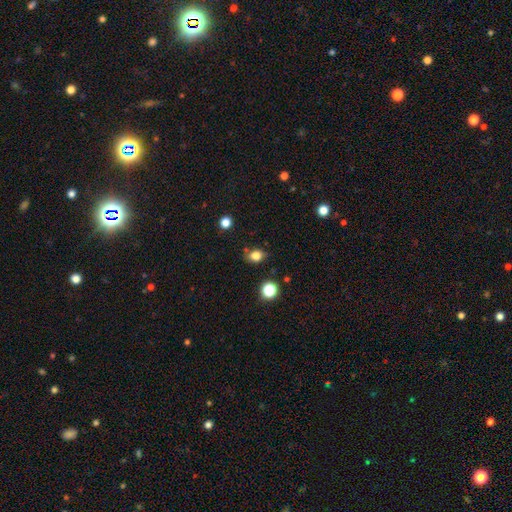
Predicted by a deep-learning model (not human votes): Q: Smooth or featured?
A: smooth (81%); runner-up: star or artifact (13%)
Q: How rounded?
A: in between (52%); runner-up: round (47%)
Q: Merging?
A: none (72%); runner-up: minor disturbance (19%)